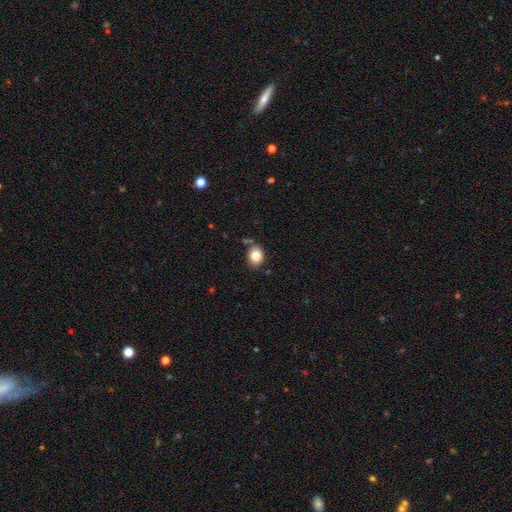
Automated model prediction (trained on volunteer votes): The model was most divided on "how rounded": round: 51%, in between: 48%, cigar-shaped: 1%. More confident: smooth or featured — smooth (83%); merging — none (78%).